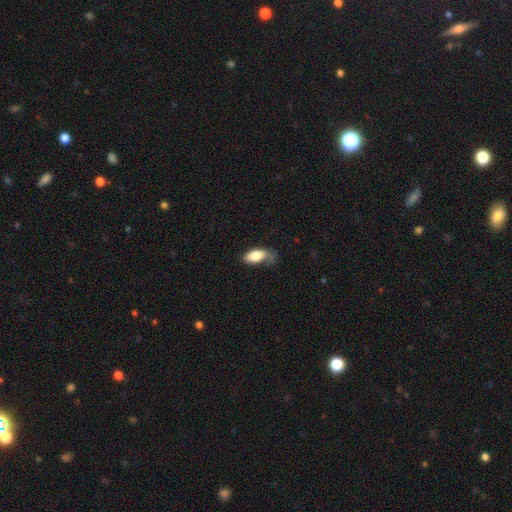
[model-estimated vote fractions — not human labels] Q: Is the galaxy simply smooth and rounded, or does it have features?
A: smooth — 78%.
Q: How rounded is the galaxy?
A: in between — 90%.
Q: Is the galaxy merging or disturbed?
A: minor disturbance — 36%.